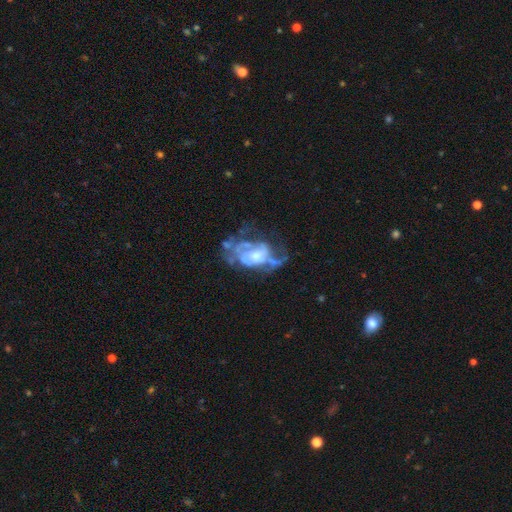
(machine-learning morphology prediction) Smooth or featured?
  - featured or disk: 81% *
  - smooth: 11%
  - star or artifact: 8%
Edge-on disk?
  - no: 96% *
  - yes: 4%
Bar?
  - no: 64% *
  - weak: 28%
  - strong: 8%
Spiral arms?
  - yes: 77% *
  - no: 23%
Spiral winding?
  - medium: 40% *
  - tight: 37%
  - loose: 23%
Spiral arm count?
  - can't tell: 39% *
  - 2: 30%
  - 3: 14%
  - 1: 7%
  - 4: 6%
  - more than 4: 4%
Bulge size?
  - moderate: 46% *
  - small: 33%
  - large: 11%
  - none: 8%
  - dominant: 2%
Merging?
  - none: 39% *
  - major disturbance: 34%
  - minor disturbance: 20%
  - merger: 6%